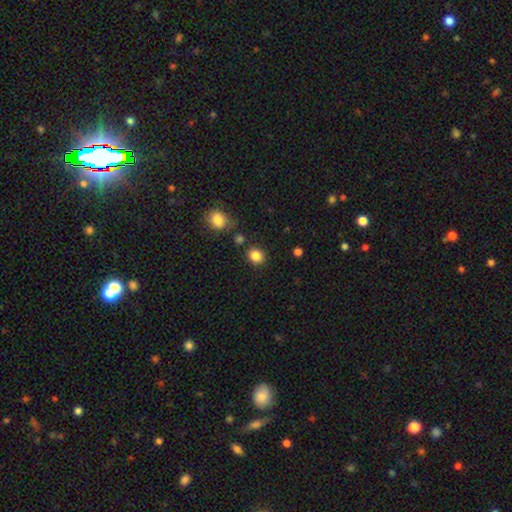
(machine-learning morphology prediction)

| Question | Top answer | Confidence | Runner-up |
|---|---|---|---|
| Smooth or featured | smooth | 85% | star or artifact (11%) |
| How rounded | round | 72% | in between (27%) |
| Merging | none | 83% | minor disturbance (9%) |